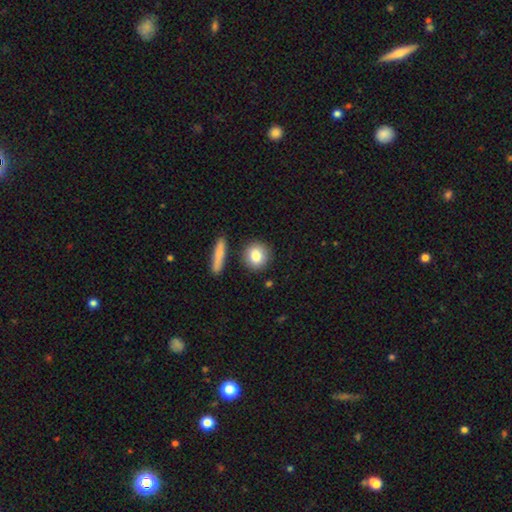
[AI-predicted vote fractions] This is clearly a smooth galaxy (83%). How rounded: clearly round (83%). Merging: clearly none (84%).